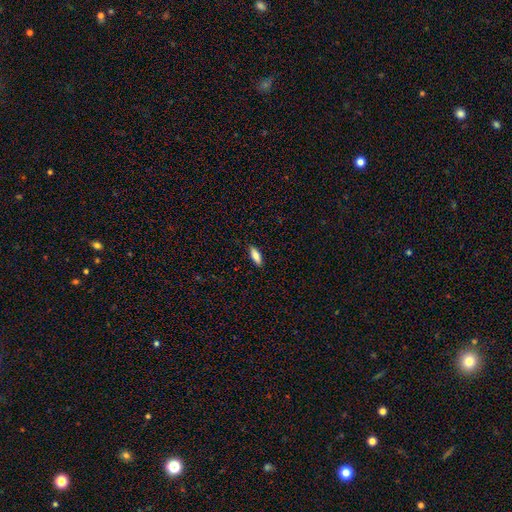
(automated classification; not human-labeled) smooth 80%, featured or disk 14%, star or artifact 7%. Down the decision tree: how rounded — in between (62%); merging — none (89%).